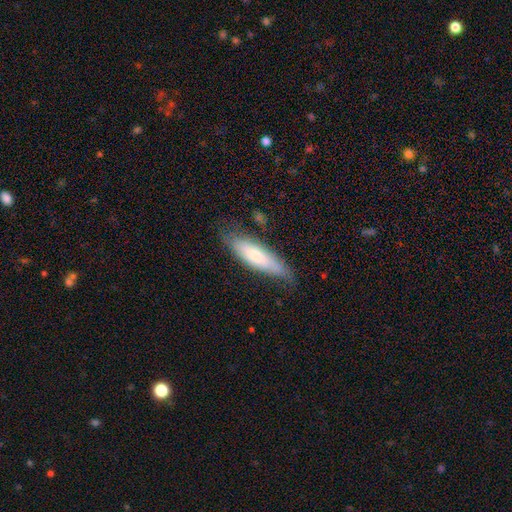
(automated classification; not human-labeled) Morphology: type=smooth (65%); roundness=cigar-shaped (57%); merging=none (70%).